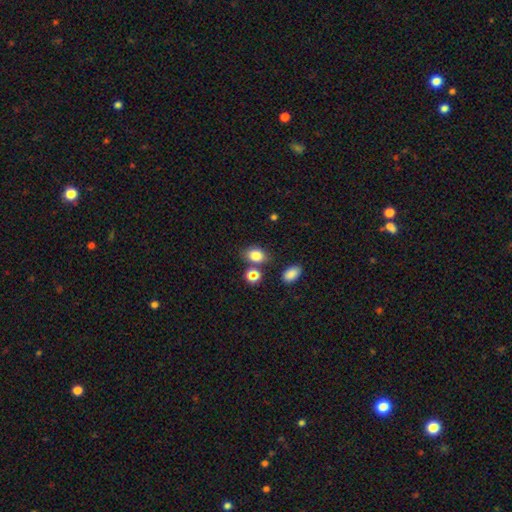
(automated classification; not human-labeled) smooth 83%, star or artifact 11%, featured or disk 7%. Down the decision tree: how rounded — in between (64%); merging — none (69%).